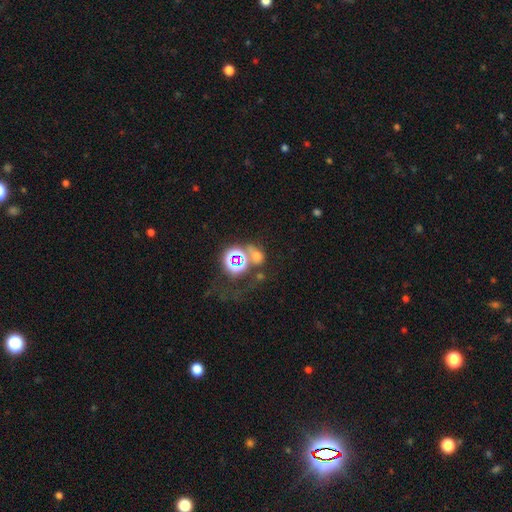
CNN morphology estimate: smooth_or_featured: smooth (p=0.46) [alt: star or artifact p=0.39]
merging: none (p=0.40) [alt: merger p=0.33]